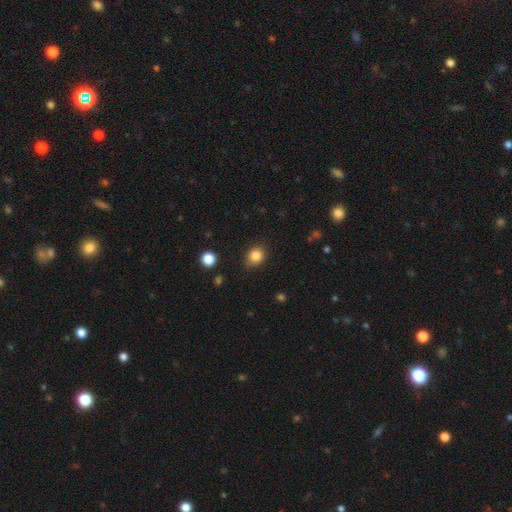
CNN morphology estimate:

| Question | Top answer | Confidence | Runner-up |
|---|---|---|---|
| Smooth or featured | smooth | 84% | star or artifact (11%) |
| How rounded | round | 74% | in between (25%) |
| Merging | none | 82% | minor disturbance (14%) |